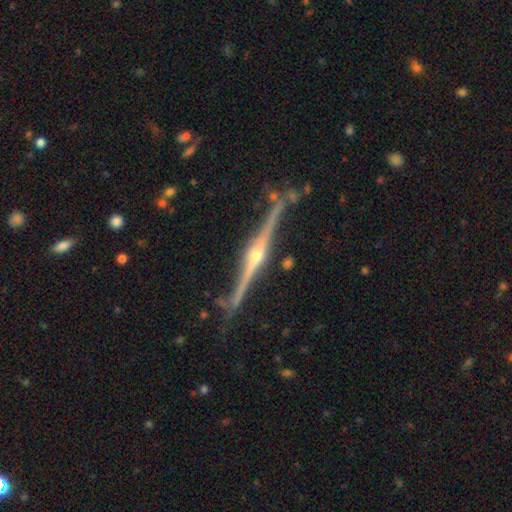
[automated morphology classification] This appears to be a featured or disk galaxy (91%) viewed edge-on (98%) with a rounded central bulge (95%). Merging: none (81%).